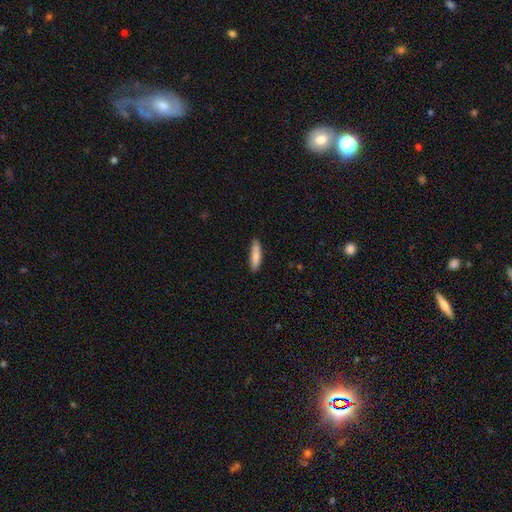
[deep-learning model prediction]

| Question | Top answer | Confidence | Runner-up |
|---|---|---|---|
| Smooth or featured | smooth | 84% | featured or disk (10%) |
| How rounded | cigar-shaped | 73% | in between (26%) |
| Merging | none | 87% | minor disturbance (10%) |